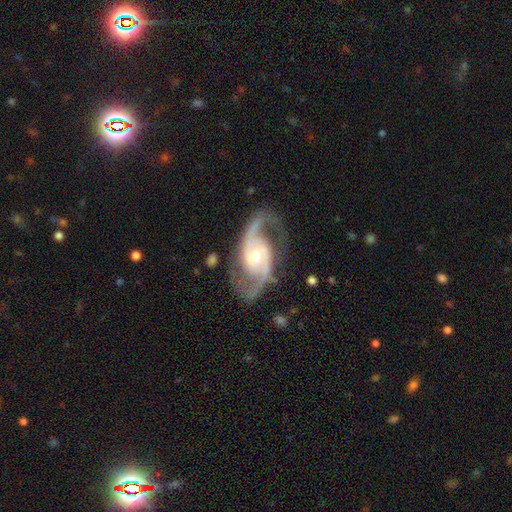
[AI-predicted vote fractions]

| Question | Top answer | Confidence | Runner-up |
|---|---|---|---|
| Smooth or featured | featured or disk | 93% | star or artifact (4%) |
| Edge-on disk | no | 97% | yes (3%) |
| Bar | no | 50% | weak (38%) |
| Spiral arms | yes | 98% | no (2%) |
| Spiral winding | medium | 59% | loose (23%) |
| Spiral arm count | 2 | 93% | can't tell (2%) |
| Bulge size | moderate | 55% | small (36%) |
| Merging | none | 78% | minor disturbance (14%) |